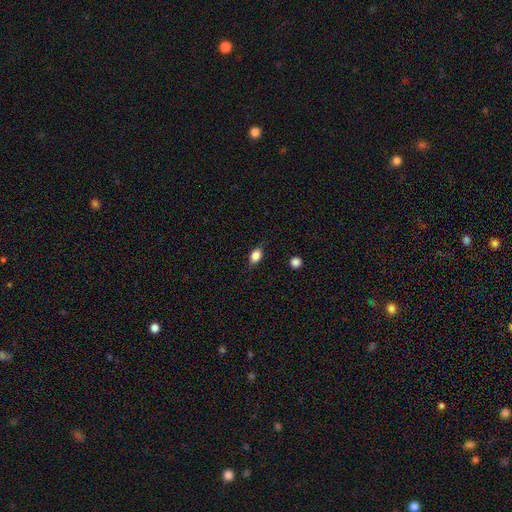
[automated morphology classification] Smooth or featured?
  - smooth: 83% *
  - star or artifact: 9%
  - featured or disk: 8%
How rounded?
  - in between: 78% *
  - round: 18%
  - cigar-shaped: 4%
Merging?
  - none: 80% *
  - minor disturbance: 15%
  - major disturbance: 3%
  - merger: 1%